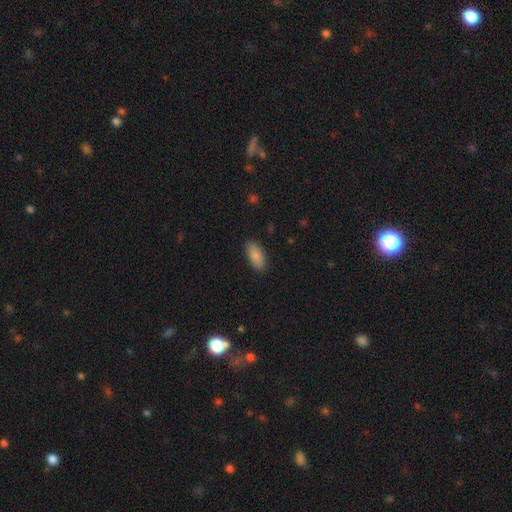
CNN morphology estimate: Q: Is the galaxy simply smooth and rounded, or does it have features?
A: smooth — 84%.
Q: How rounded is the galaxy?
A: in between — 88%.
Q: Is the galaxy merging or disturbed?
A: none — 86%.